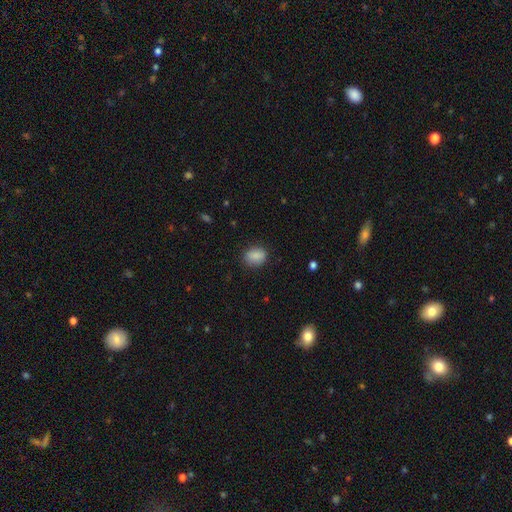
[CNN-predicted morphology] Q: Smooth or featured?
A: smooth (88%); runner-up: star or artifact (8%)
Q: How rounded?
A: in between (64%); runner-up: round (35%)
Q: Merging?
A: none (83%); runner-up: minor disturbance (12%)